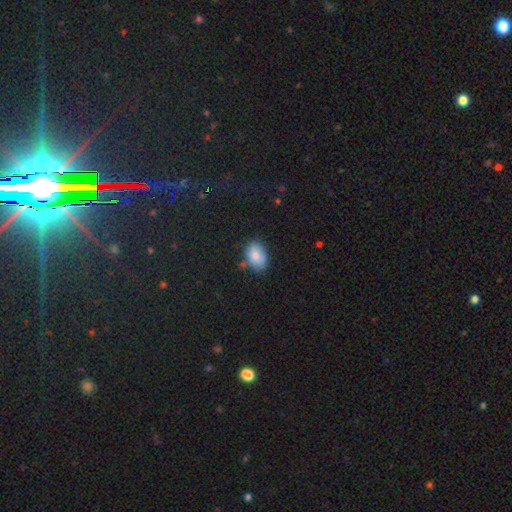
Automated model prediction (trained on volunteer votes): This appears to be a smooth galaxy with no disk features (82%) that is in between round and cigar-shaped (85%). Merging: none (70%).